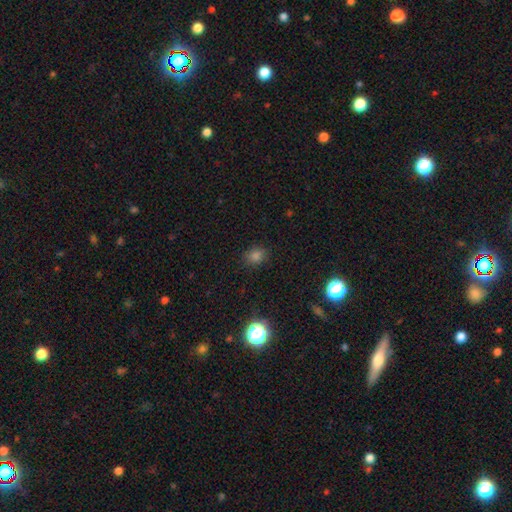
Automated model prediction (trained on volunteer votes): Overall: smooth (76%). How rounded: round (63%; in between 36%). Merging: none (86%).